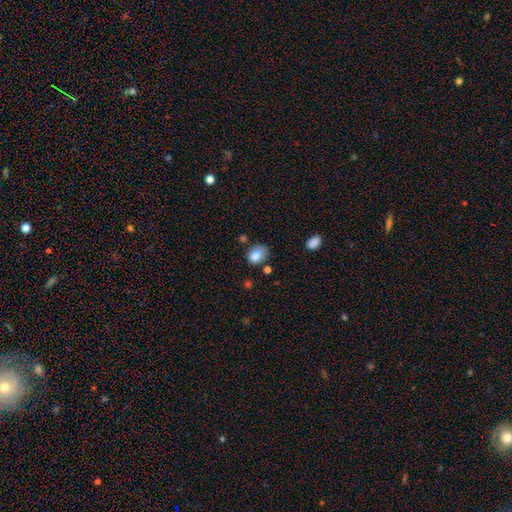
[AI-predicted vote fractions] smooth-or-featured: smooth: 83% | star or artifact: 10% | featured or disk: 8%
  how-rounded: in between: 53% | round: 46% | cigar-shaped: 1%
  merging: none: 57% | minor disturbance: 28% | major disturbance: 8% | merger: 7%